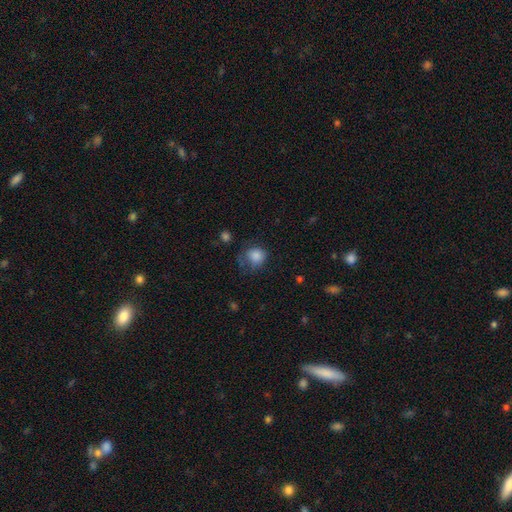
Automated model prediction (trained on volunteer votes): The model was most divided on "merging": none: 49%, minor disturbance: 29%, major disturbance: 19%, merger: 3%. More confident: smooth or featured — smooth (84%); how rounded — round (78%).